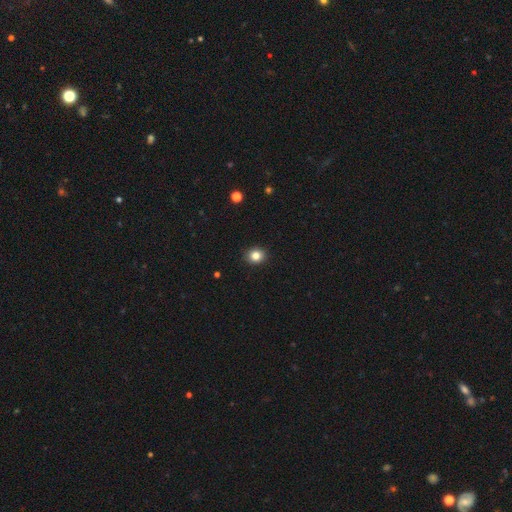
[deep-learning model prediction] Smooth or featured? Predicted: smooth (p=0.83). How rounded? Predicted: round (p=0.74). Merging? Predicted: none (p=0.92).